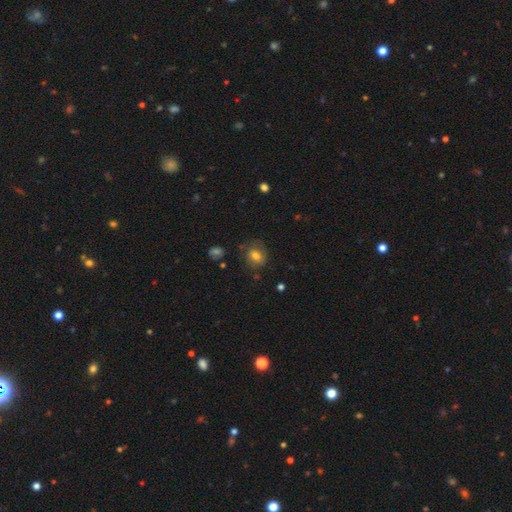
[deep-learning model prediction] This is likely a smooth galaxy (66%). How rounded: possibly round (57%). Merging: likely none (69%).